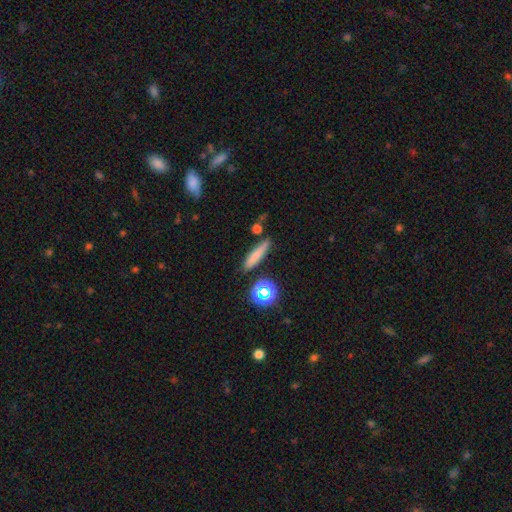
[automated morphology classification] Smooth or featured? Predicted: smooth (p=0.74). How rounded? Predicted: cigar-shaped (p=0.83). Merging? Predicted: none (p=0.81).